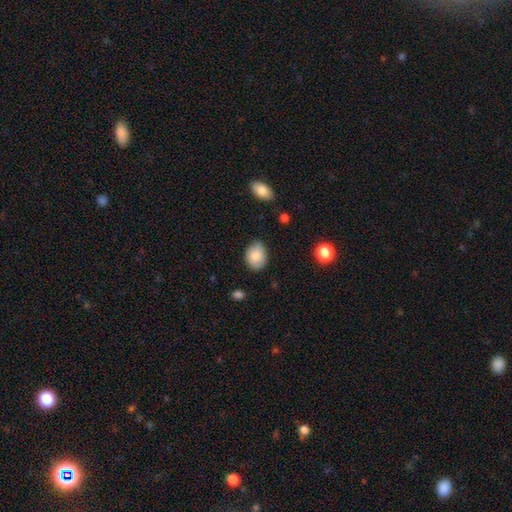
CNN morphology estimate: smooth_or_featured: smooth (p=0.84) [alt: featured or disk p=0.08]
how_rounded: in between (p=0.69) [alt: round p=0.30]
merging: none (p=0.78) [alt: minor disturbance p=0.17]